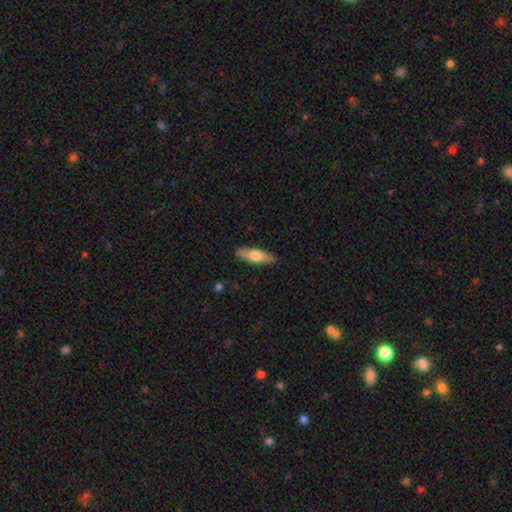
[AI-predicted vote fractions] Smooth or featured? smooth (58%)
How rounded? cigar-shaped (63%)
Merging? none (88%)